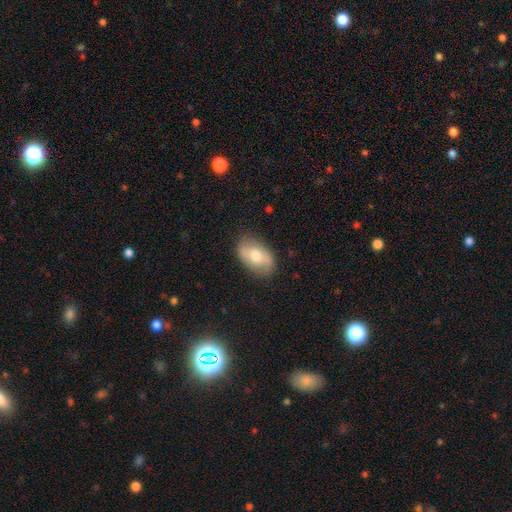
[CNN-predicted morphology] A smooth galaxy with no disk features (57%) that is in between round and cigar-shaped (89%).

Vote fractions:
- Smooth or featured? smooth: 57% / featured or disk: 36% / star or artifact: 7%
- How rounded? in between: 89% / round: 9% / cigar-shaped: 2%
- Merging? none: 81% / minor disturbance: 14% / major disturbance: 4% / merger: 1%